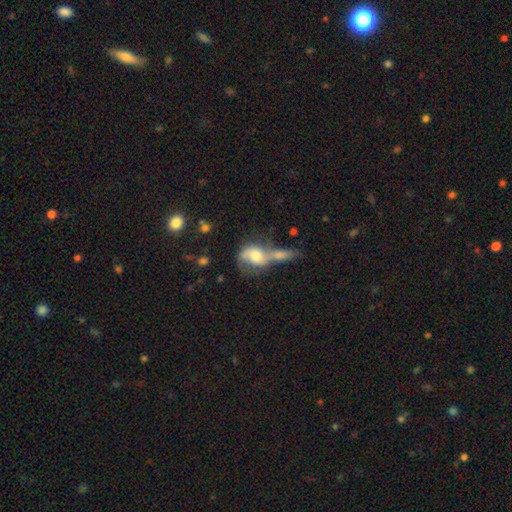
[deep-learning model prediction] A featured or disk galaxy (47%). Merging: merger (58%).